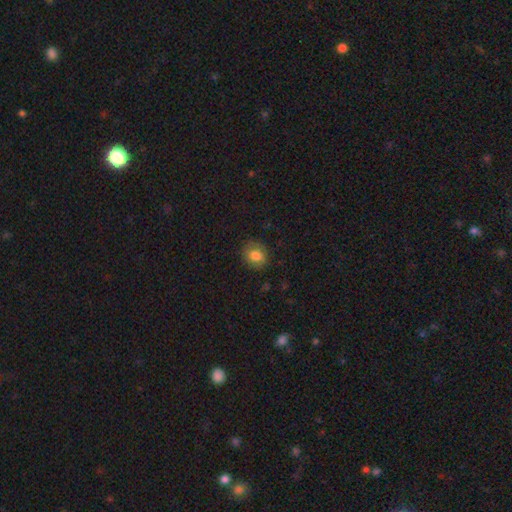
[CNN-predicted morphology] type=smooth (81%); roundness=round (64%); merging=none (84%).